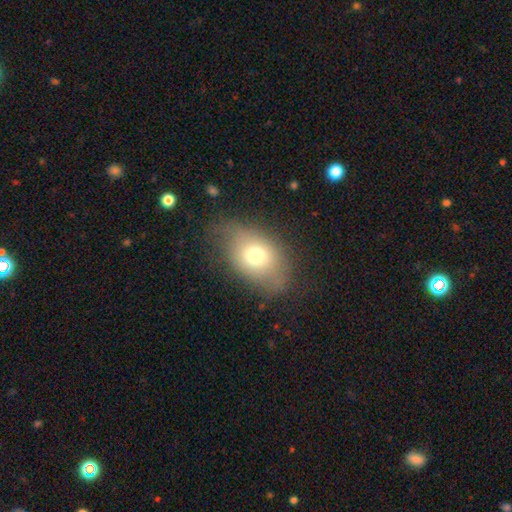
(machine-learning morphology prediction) Smooth or featured: smooth — 70% (featured or disk — 19%)
How rounded: in between — 77% (round — 22%)
Merging: none — 60% (minor disturbance — 25%)